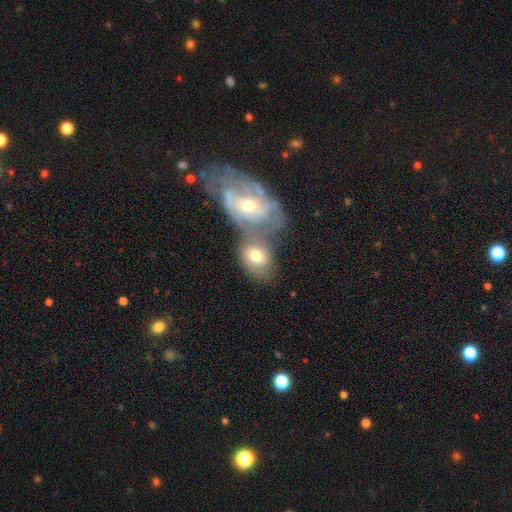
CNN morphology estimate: This is possibly a smooth galaxy (59%). How rounded: likely in between (67%). Merging: possibly merger (58%).